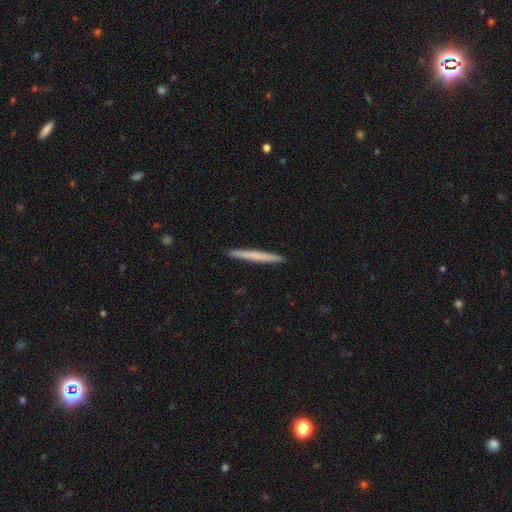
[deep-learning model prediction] Overall: smooth (56%; featured or disk 38%). How rounded: cigar-shaped (97%). Merging: none (93%).